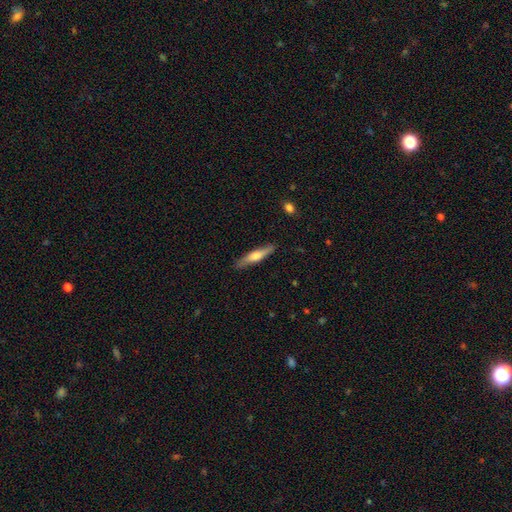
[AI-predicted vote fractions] Smooth or featured? smooth (50%)
How rounded? cigar-shaped (87%)
Merging? none (87%)